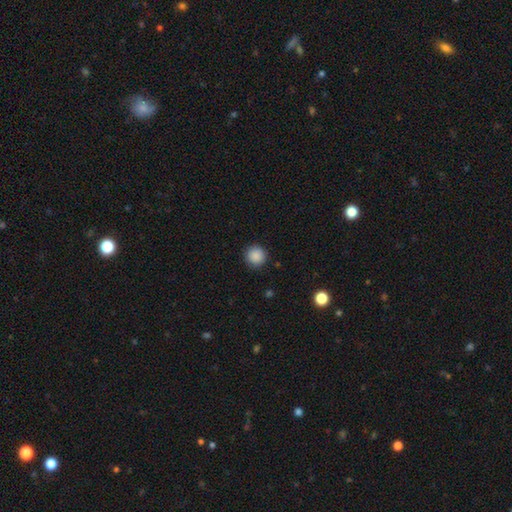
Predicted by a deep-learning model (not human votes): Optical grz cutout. It shows a smooth galaxy with no disk features (89%) that is round (95%). Merging: none (91%).